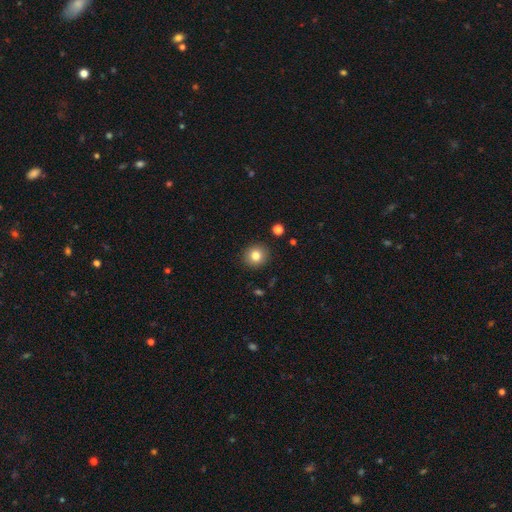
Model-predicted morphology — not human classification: A smooth galaxy with no disk features (82%) that is round (89%). Merging: none (91%).